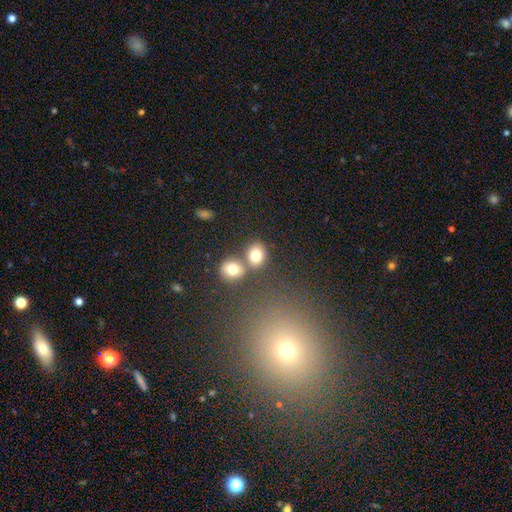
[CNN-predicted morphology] Overall: smooth (79%). How rounded: round (58%; in between 40%). Merging: none (58%; merger 28%).